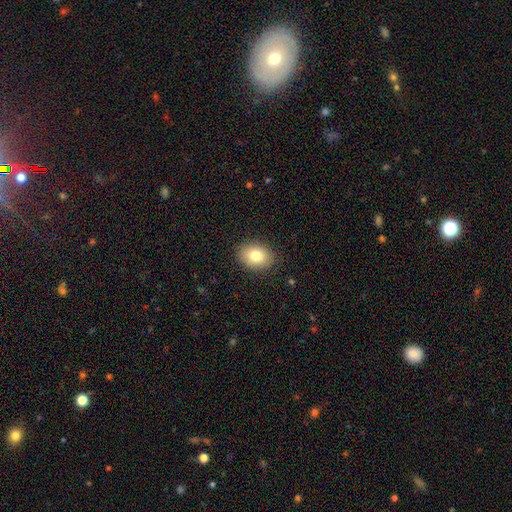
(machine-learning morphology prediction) Smooth or featured? Predicted: smooth (p=0.81). How rounded? Predicted: in between (p=0.68). Merging? Predicted: none (p=0.88).